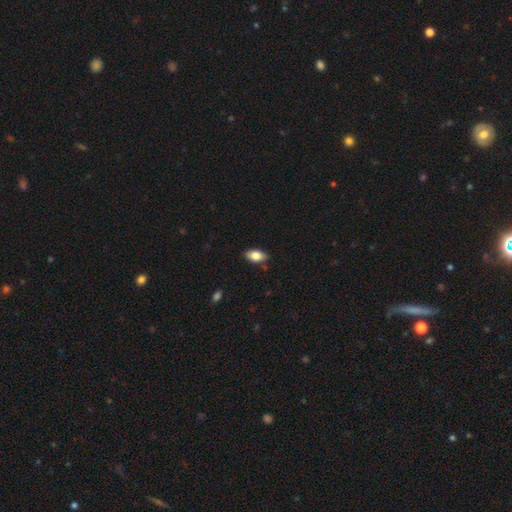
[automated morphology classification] Smooth or featured? Predicted: smooth (p=0.79). How rounded? Predicted: in between (p=0.91). Merging? Predicted: none (p=0.85).